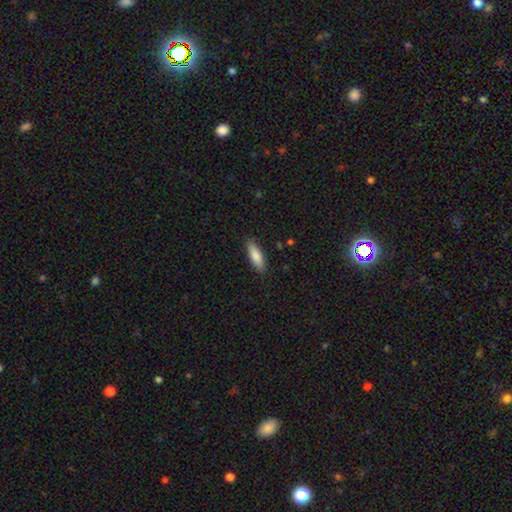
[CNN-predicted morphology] A smooth galaxy with no disk features (84%) that is in between round and cigar-shaped (54%).

Vote fractions:
- Smooth or featured? smooth: 84% / featured or disk: 11% / star or artifact: 6%
- How rounded? in between: 54% / cigar-shaped: 45% / round: 2%
- Merging? none: 87% / minor disturbance: 10% / major disturbance: 2% / merger: 1%